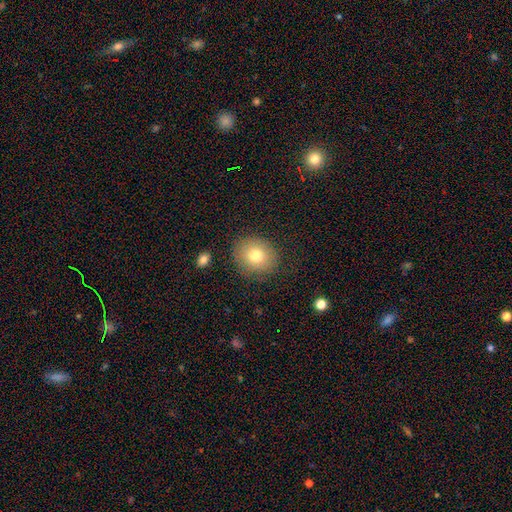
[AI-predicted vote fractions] Smooth or featured? smooth (76%)
How rounded? round (70%)
Merging? none (84%)